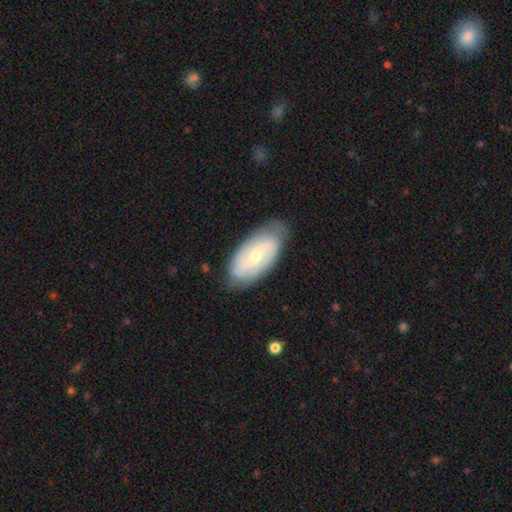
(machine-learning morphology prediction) Smooth or featured?
  - featured or disk: 73% *
  - smooth: 22%
  - star or artifact: 6%
Edge-on disk?
  - no: 94% *
  - yes: 6%
Bar?
  - weak: 50% *
  - no: 30%
  - strong: 19%
Spiral arms?
  - yes: 88% *
  - no: 12%
Spiral winding?
  - medium: 40% *
  - loose: 32%
  - tight: 29%
Spiral arm count?
  - 2: 77% *
  - can't tell: 15%
  - 3: 3%
  - 1: 2%
  - 4: 2%
  - more than 4: 1%
Bulge size?
  - small: 59% *
  - moderate: 37%
  - large: 1%
  - none: 1%
  - dominant: 1%
Merging?
  - none: 79% *
  - minor disturbance: 16%
  - major disturbance: 3%
  - merger: 1%